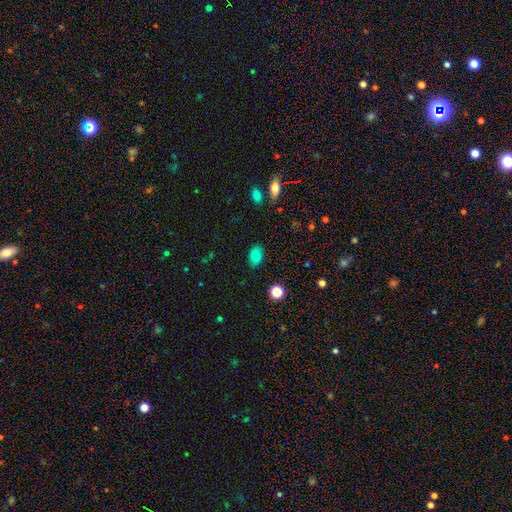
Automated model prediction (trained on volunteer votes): Smooth or featured? smooth (82%)
How rounded? in between (84%)
Merging? none (87%)